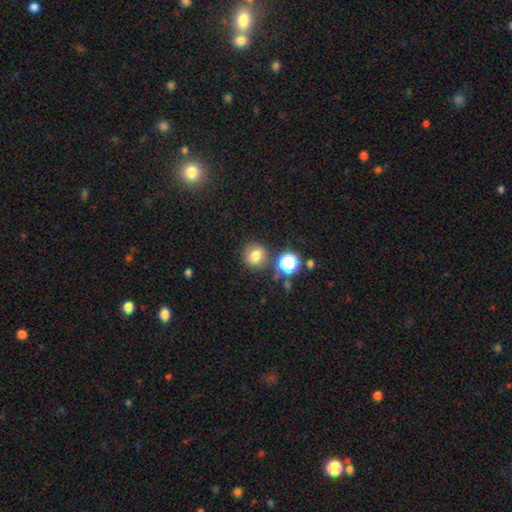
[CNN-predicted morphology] A smooth galaxy with no disk features (76%) that is round (87%). Merging: none (81%).